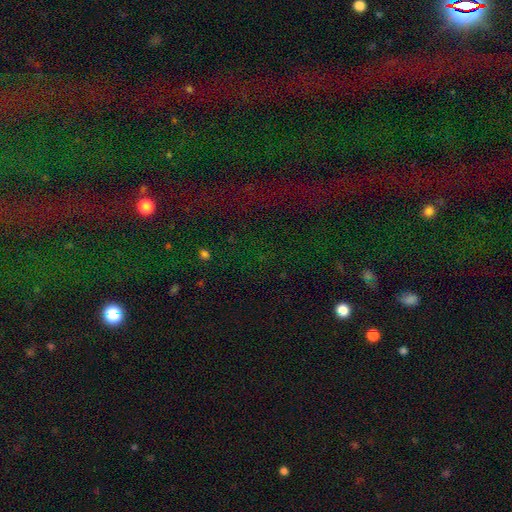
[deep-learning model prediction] smooth_or_featured: star or artifact (p=0.80) [alt: smooth p=0.12]